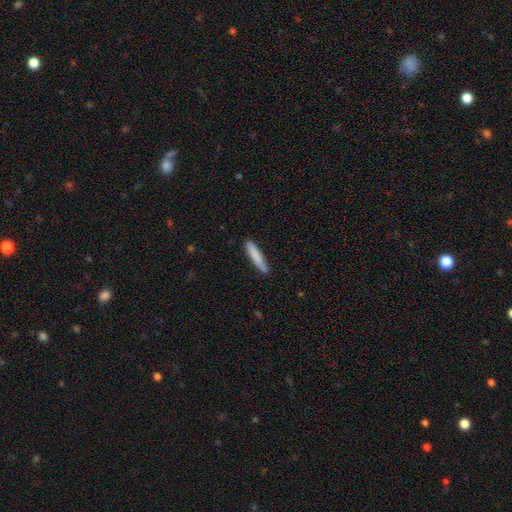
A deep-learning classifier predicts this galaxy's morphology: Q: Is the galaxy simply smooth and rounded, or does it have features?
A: smooth — 80%.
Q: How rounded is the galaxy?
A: cigar-shaped — 92%.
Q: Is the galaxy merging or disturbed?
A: none — 81%.